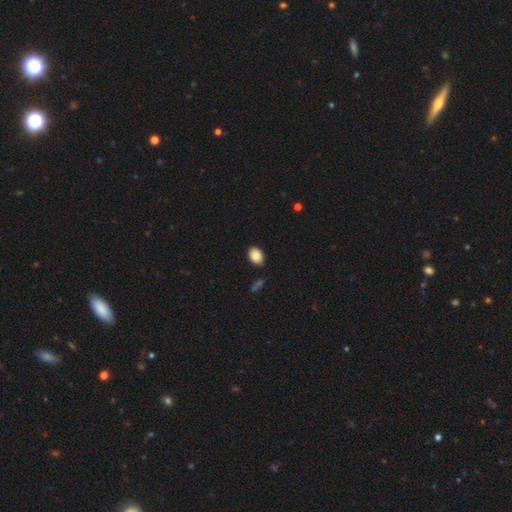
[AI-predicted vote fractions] Smooth or featured? smooth (87%)
How rounded? in between (81%)
Merging? none (85%)